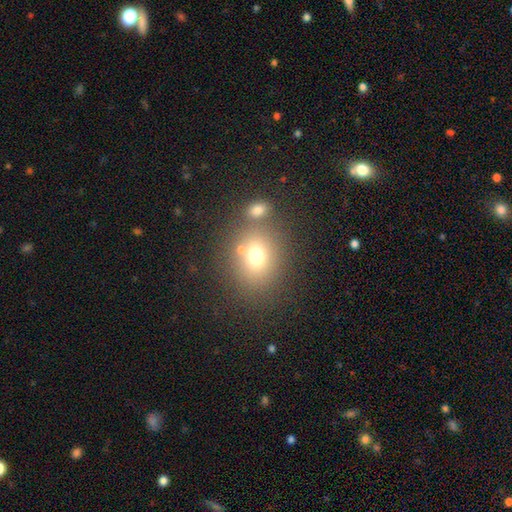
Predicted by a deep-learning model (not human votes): smooth-or-featured: smooth: 71% | star or artifact: 15% | featured or disk: 14%
  how-rounded: round: 63% | in between: 36% | cigar-shaped: 1%
  merging: none: 62% | merger: 21% | minor disturbance: 11% | major disturbance: 5%